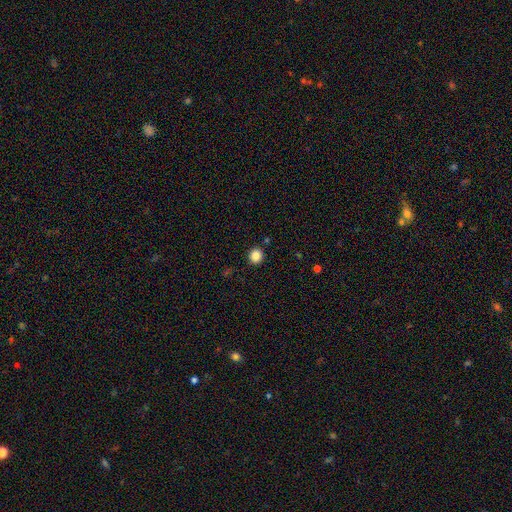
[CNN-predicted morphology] smooth-or-featured: smooth: 85% | star or artifact: 11% | featured or disk: 4%
  how-rounded: round: 89% | in between: 11% | cigar-shaped: 1%
  merging: none: 90% | minor disturbance: 6% | merger: 2% | major disturbance: 2%